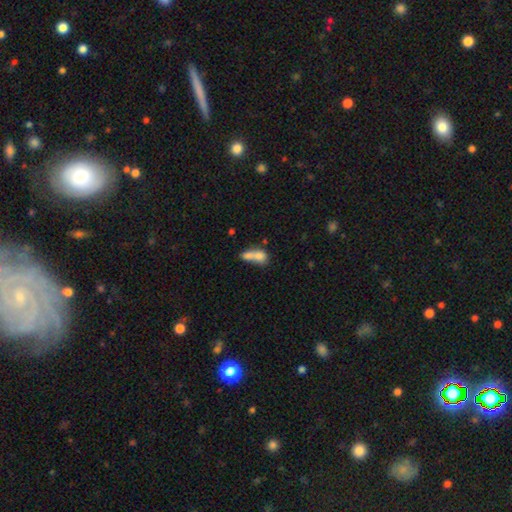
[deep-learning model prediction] Smooth or featured: smooth — 70% (featured or disk — 20%)
How rounded: in between — 60% (round — 27%)
Merging: merger — 65% (none — 19%)